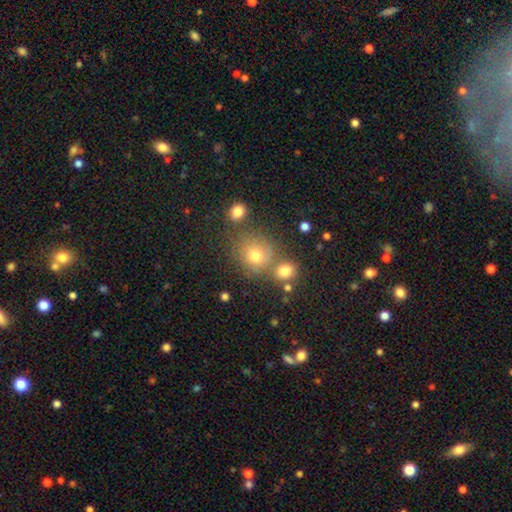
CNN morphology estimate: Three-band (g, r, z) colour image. It shows a smooth galaxy with no disk features (73%) that is round (84%). Merging: none (63%).